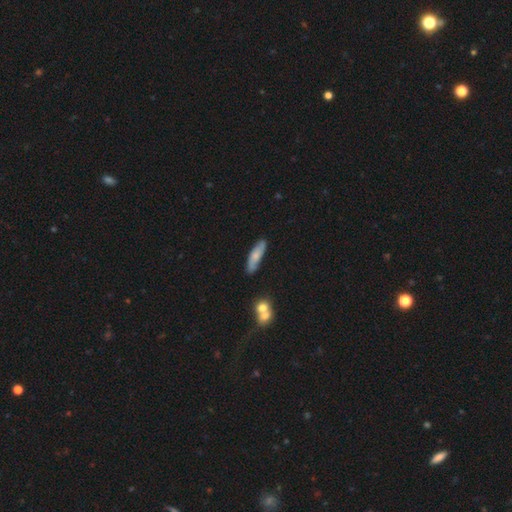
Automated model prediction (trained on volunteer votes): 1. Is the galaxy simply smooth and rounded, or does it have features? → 62% smooth, 32% featured or disk, 6% star or artifact.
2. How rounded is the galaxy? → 66% cigar-shaped, 32% in between, 2% round.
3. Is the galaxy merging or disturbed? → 79% none, 15% minor disturbance, 3% merger, 3% major disturbance.